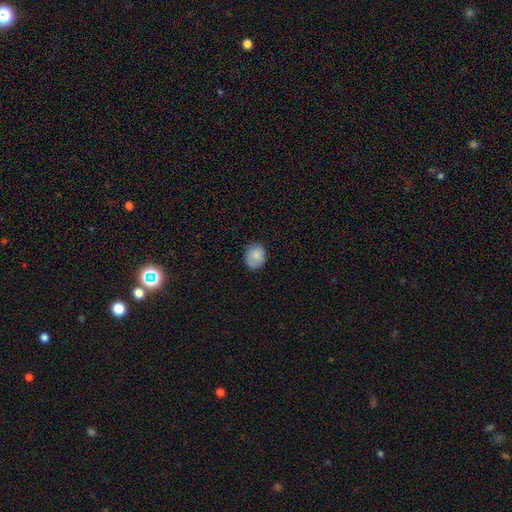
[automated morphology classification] The model was most divided on "how rounded": round: 60%, in between: 39%, cigar-shaped: 1%. More confident: smooth or featured — smooth (81%); merging — none (79%).